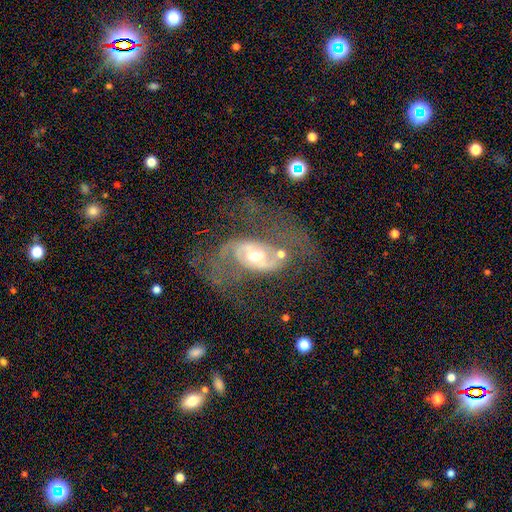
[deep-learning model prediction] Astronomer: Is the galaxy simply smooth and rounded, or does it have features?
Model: featured or disk — 84%.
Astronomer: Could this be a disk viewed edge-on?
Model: no — 95%.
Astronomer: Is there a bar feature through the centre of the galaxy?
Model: weak — 43% (runner-up: no, 38%).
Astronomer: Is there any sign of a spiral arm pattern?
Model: yes — 88%.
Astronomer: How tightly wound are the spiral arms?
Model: medium — 44% (runner-up: loose, 32%).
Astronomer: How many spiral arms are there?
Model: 2 — 78%.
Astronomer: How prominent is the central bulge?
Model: moderate — 69%.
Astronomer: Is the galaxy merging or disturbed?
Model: none — 48% (runner-up: major disturbance, 28%).